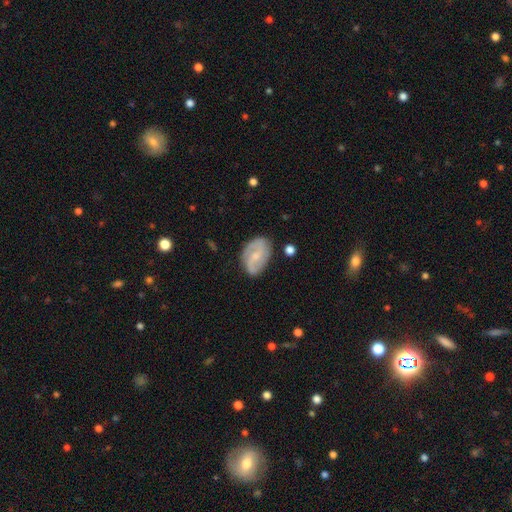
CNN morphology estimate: smooth-or-featured: featured or disk: 70% | smooth: 24% | star or artifact: 6%
  disk-edge-on: no: 97% | yes: 3%
    bar: weak: 47% | no: 43% | strong: 10%
    has-spiral-arms: yes: 92% | no: 8%
      spiral-winding: medium: 44% | loose: 30% | tight: 26%
      spiral-arm-count: 2: 76% | can't tell: 11% | 3: 7% | 1: 3% | 4: 2% | more than 4: 2%
    bulge-size: small: 56% | moderate: 30% | none: 11% | large: 2% | dominant: 1%
  merging: none: 75% | minor disturbance: 18% | major disturbance: 5% | merger: 2%